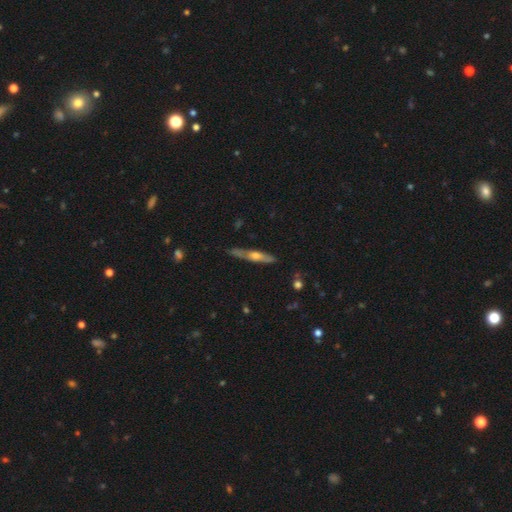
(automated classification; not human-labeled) featured or disk 57%, smooth 38%, star or artifact 6%. Down the decision tree: edge-on disk — yes (86%); merging — none (77%).